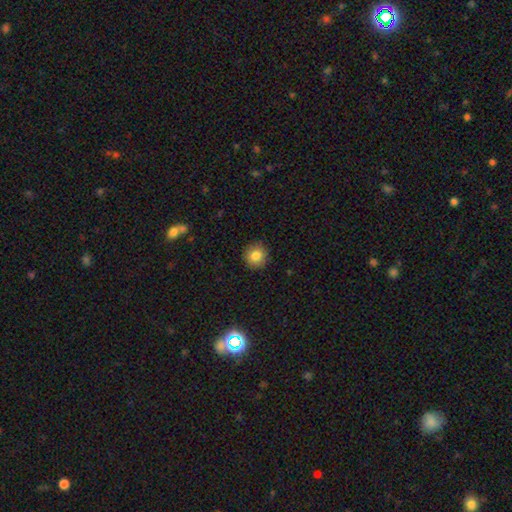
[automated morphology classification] smooth_or_featured: smooth (p=0.83) [alt: star or artifact p=0.10]
how_rounded: round (p=0.93) [alt: in between p=0.06]
merging: none (p=0.90) [alt: minor disturbance p=0.07]